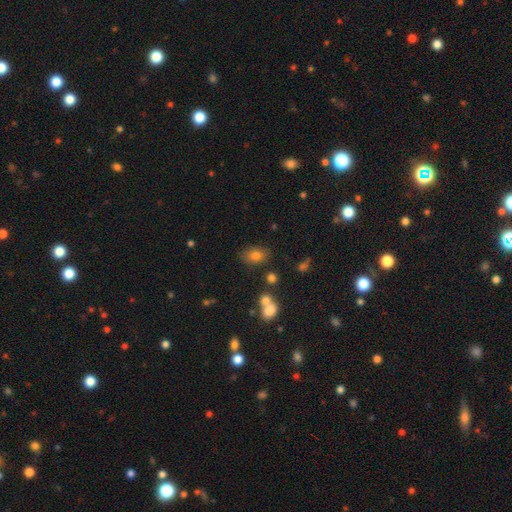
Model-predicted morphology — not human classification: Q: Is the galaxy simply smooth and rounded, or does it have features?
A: smooth — 78%.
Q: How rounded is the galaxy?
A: in between — 78%.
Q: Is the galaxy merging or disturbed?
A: none — 76%.